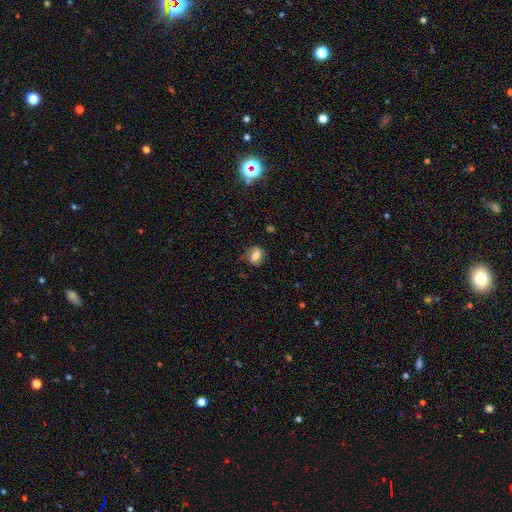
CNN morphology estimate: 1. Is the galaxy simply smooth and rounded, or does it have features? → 72% smooth, 17% featured or disk, 11% star or artifact.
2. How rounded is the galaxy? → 57% in between, 41% round, 2% cigar-shaped.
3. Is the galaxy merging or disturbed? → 71% none, 21% minor disturbance, 6% major disturbance, 2% merger.